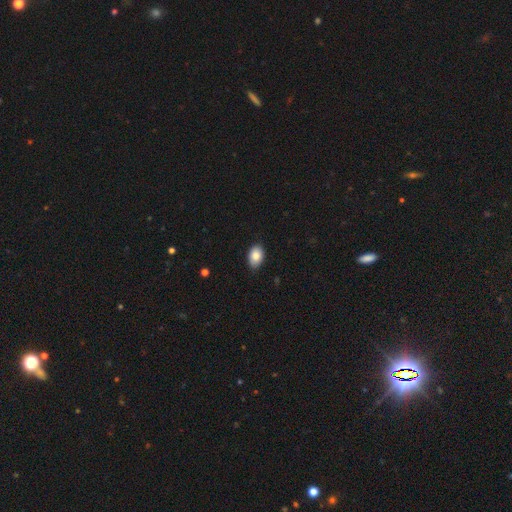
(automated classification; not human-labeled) Smooth or featured: smooth — 86% (star or artifact — 7%)
How rounded: in between — 87% (round — 12%)
Merging: none — 85% (minor disturbance — 12%)